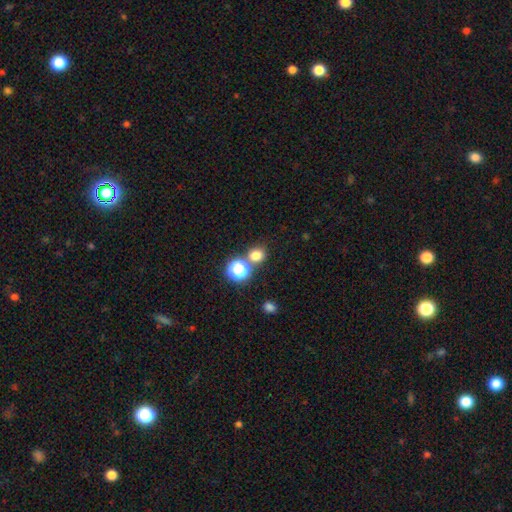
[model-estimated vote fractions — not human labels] Q: Smooth or featured?
A: smooth (75%); runner-up: star or artifact (20%)
Q: How rounded?
A: round (78%); runner-up: in between (21%)
Q: Merging?
A: none (69%); runner-up: merger (19%)